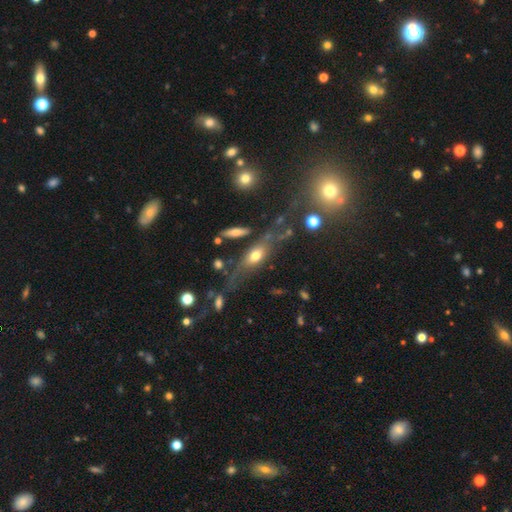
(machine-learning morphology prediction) smooth_or_featured: smooth (p=0.58) [alt: featured or disk p=0.31]
how_rounded: in between (p=0.69) [alt: cigar-shaped p=0.23]
merging: none (p=0.49) [alt: minor disturbance p=0.21]